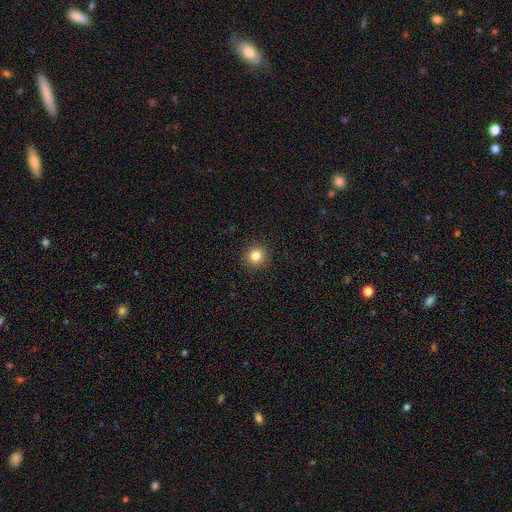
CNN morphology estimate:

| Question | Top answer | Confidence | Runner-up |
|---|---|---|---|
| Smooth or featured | smooth | 82% | star or artifact (12%) |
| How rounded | round | 94% | in between (5%) |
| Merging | none | 92% | minor disturbance (5%) |